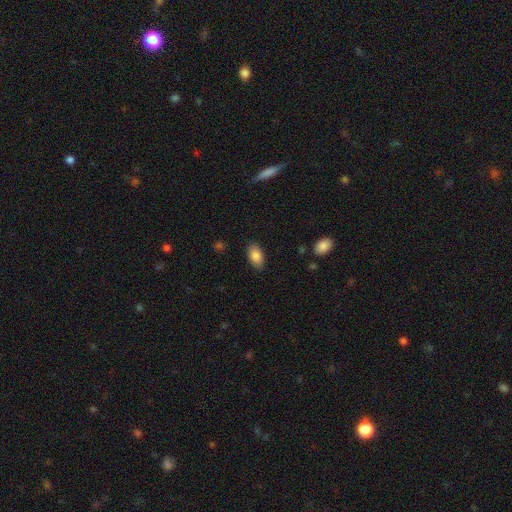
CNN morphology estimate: Smooth or featured: smooth — 85% (featured or disk — 8%)
How rounded: in between — 93% (round — 4%)
Merging: none — 87% (minor disturbance — 10%)